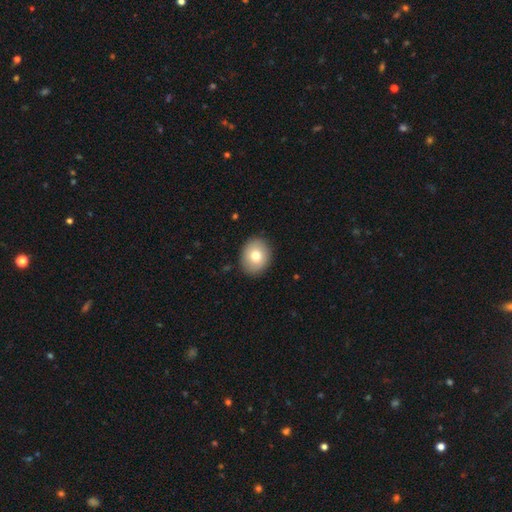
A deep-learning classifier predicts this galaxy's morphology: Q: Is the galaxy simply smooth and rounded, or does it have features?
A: smooth — 77%.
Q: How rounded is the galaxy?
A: round — 56%.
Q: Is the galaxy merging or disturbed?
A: none — 88%.